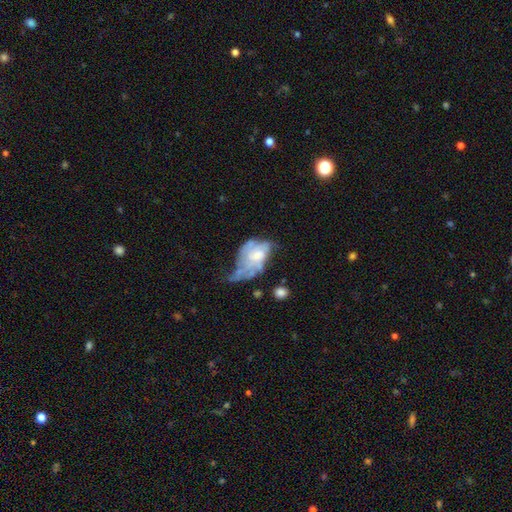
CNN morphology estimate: A featured or disk galaxy (59%) with no bar (78%), no spiral arms (55%) and a moderate central bulge (39%).

Vote fractions:
- Smooth or featured? featured or disk: 59% / smooth: 33% / star or artifact: 8%
- Edge-on disk? no: 96% / yes: 4%
- Bar? no: 78% / weak: 19% / strong: 4%
- Spiral arms? no: 55% / yes: 45%
- Bulge size? moderate: 39% / small: 27% / none: 21% / large: 11% / dominant: 2%
- Merging? major disturbance: 47% / minor disturbance: 25% / none: 17% / merger: 11%